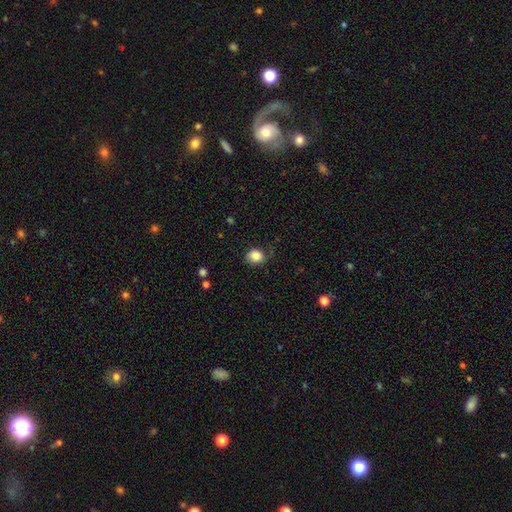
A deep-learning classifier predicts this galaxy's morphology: Smooth or featured: smooth — 85% (star or artifact — 9%)
How rounded: round — 63% (in between — 36%)
Merging: none — 68% (minor disturbance — 23%)